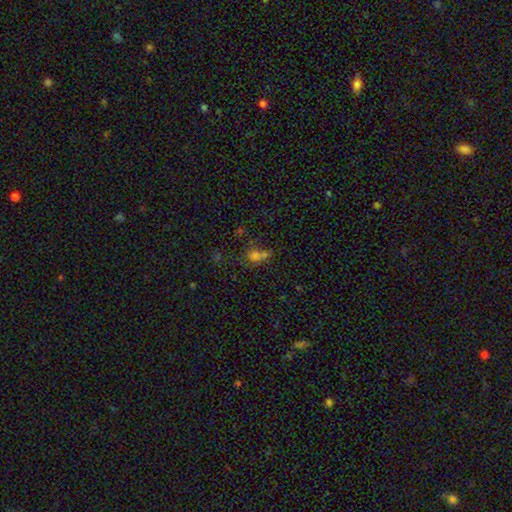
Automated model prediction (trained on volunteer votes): Morphology: type=smooth (57%); roundness=round (53%); merging=none (42%).